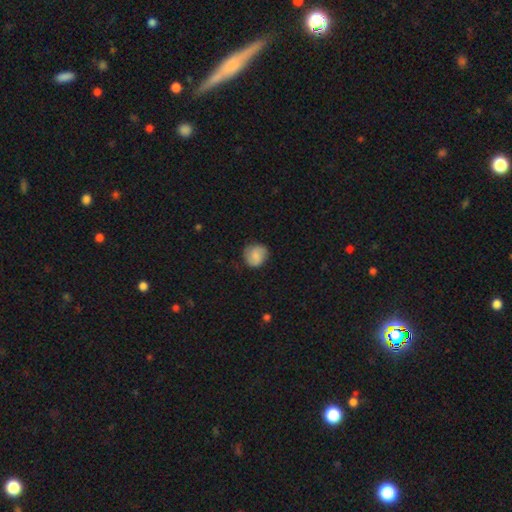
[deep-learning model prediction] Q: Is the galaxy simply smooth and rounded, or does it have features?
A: smooth — 75%.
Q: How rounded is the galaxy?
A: round — 84%.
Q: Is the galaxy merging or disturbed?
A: none — 76%.